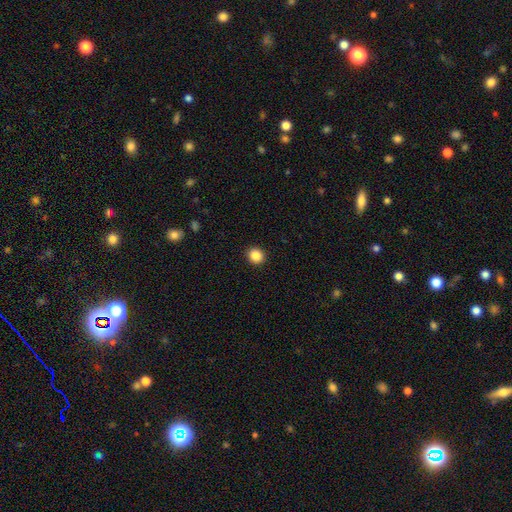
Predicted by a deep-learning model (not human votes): A smooth galaxy with no disk features (87%) that is round (86%). Merging: none (92%).